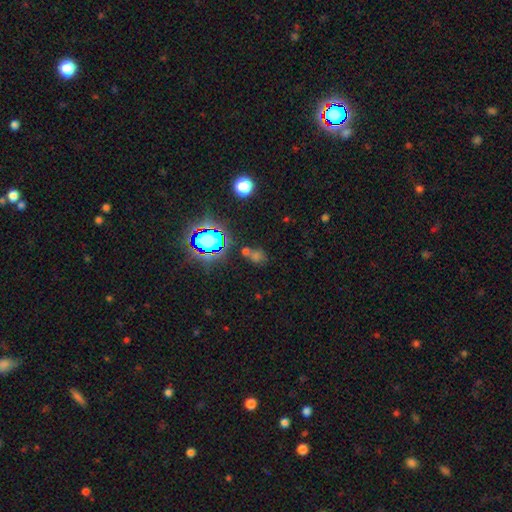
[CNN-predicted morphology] smooth-or-featured: star or artifact: 49% | smooth: 41% | featured or disk: 10%